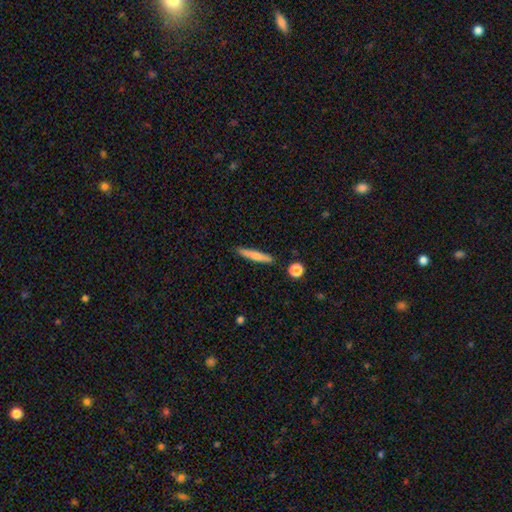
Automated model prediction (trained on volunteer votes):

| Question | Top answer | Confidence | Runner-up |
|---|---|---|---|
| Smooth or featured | smooth | 72% | featured or disk (22%) |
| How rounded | cigar-shaped | 92% | in between (6%) |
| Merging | none | 88% | minor disturbance (8%) |